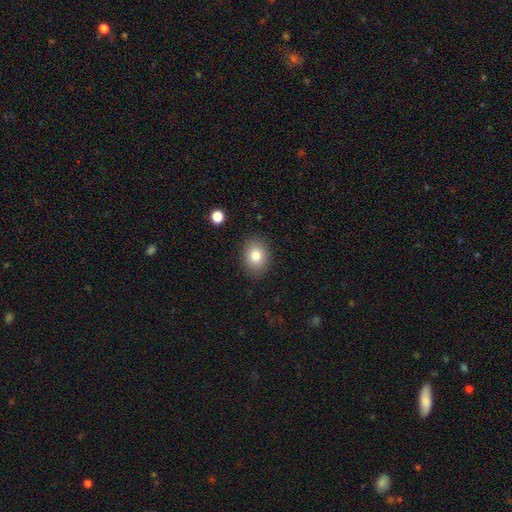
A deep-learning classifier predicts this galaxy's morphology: Overall: smooth (82%). How rounded: in between (52%; round 47%). Merging: none (87%).